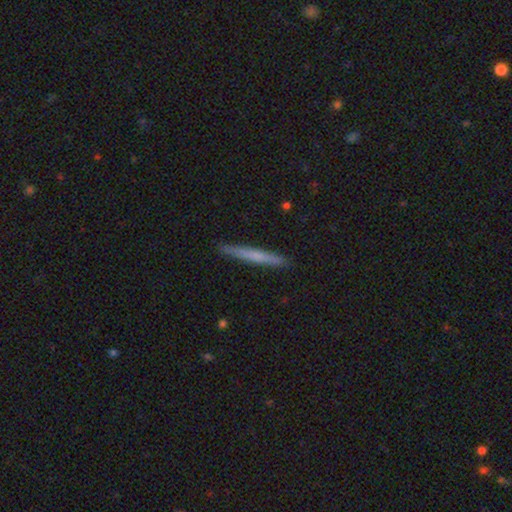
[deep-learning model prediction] smooth 57%, featured or disk 37%, star or artifact 6%. Down the decision tree: how rounded — cigar-shaped (97%); merging — none (91%).